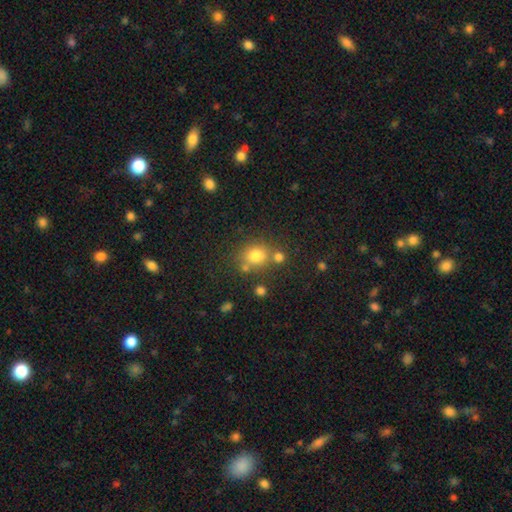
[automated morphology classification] type=smooth (75%); roundness=round (71%); merging=none (65%).